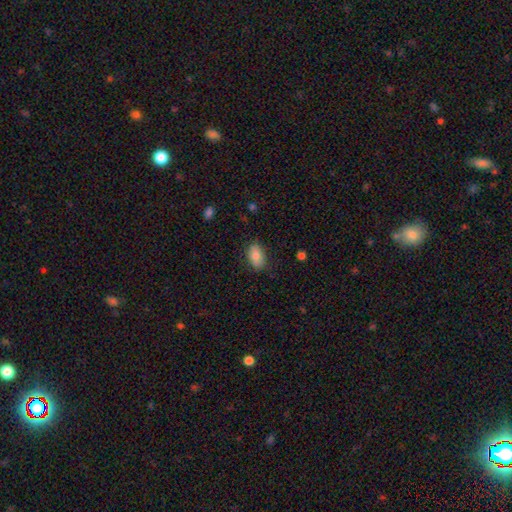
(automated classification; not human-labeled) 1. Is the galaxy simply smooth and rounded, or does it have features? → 83% smooth, 9% featured or disk, 7% star or artifact.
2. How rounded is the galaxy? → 91% in between, 7% round, 2% cigar-shaped.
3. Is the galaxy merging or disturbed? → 82% none, 14% minor disturbance, 3% major disturbance, 1% merger.